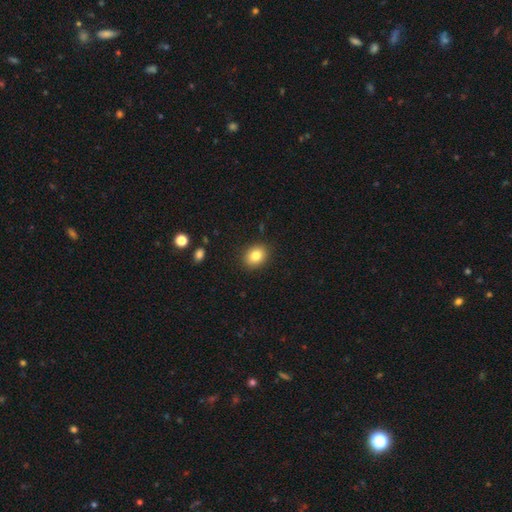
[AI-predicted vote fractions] This is clearly a smooth galaxy (83%). How rounded: possibly in between (56%). Merging: clearly none (89%).